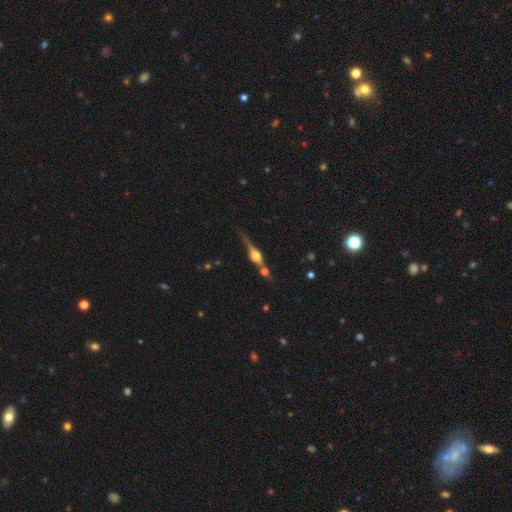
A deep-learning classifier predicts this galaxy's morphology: Smooth or featured: featured or disk — 76% (smooth — 16%)
Edge-on disk: yes — 96% (no — 4%)
Edge-on bulge: rounded — 92% (boxy — 6%)
Merging: none — 67% (minor disturbance — 15%)